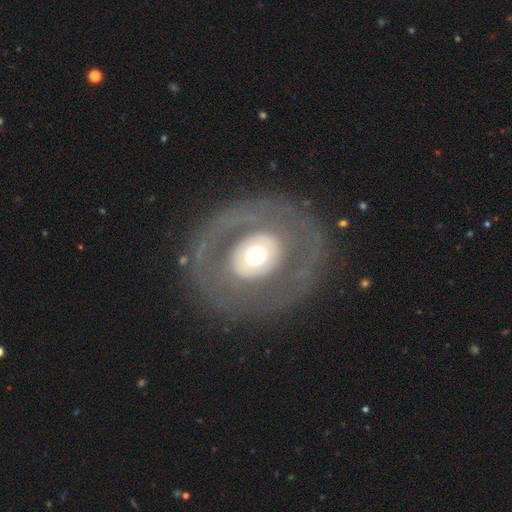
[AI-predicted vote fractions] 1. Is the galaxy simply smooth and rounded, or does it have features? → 63% featured or disk, 30% smooth, 8% star or artifact.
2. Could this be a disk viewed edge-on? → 93% no, 7% yes.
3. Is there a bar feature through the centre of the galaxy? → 85% no, 10% weak, 5% strong.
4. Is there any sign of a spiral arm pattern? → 74% no, 26% yes.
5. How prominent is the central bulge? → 52% moderate, 33% large, 7% dominant, 7% small, 1% none.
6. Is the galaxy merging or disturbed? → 77% none, 11% major disturbance, 10% minor disturbance, 1% merger.